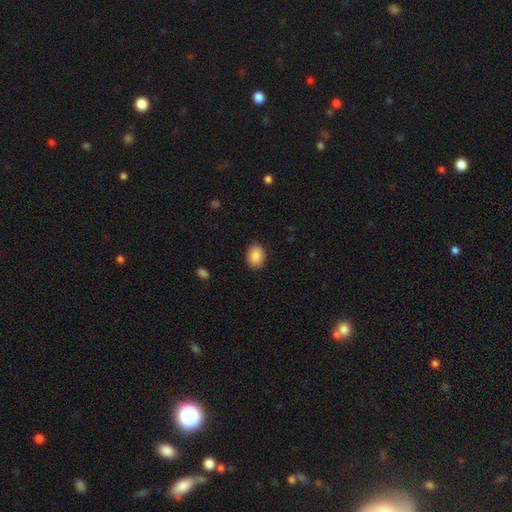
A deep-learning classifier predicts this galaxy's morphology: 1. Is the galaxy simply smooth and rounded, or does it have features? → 88% smooth, 7% star or artifact, 5% featured or disk.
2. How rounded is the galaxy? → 68% in between, 31% round, 1% cigar-shaped.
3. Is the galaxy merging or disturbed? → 88% none, 9% minor disturbance, 2% major disturbance, 1% merger.